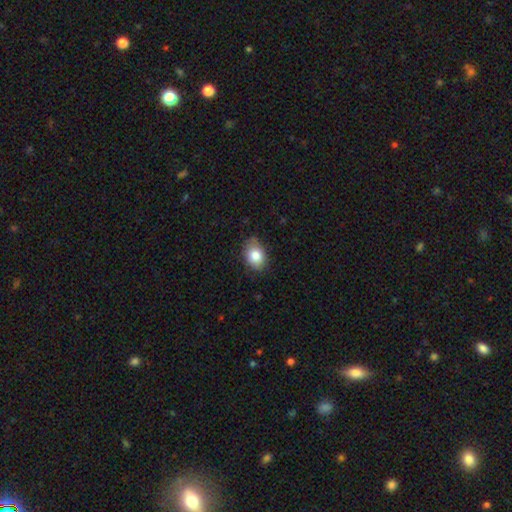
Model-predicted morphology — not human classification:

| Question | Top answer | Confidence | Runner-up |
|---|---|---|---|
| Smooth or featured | smooth | 82% | featured or disk (10%) |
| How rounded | in between | 72% | round (27%) |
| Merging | none | 78% | minor disturbance (18%) |